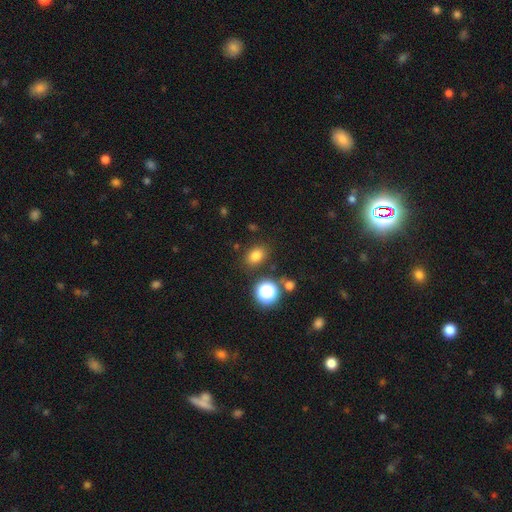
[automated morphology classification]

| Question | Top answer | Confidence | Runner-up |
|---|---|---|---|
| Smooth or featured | smooth | 77% | star or artifact (16%) |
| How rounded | in between | 66% | round (33%) |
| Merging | none | 83% | minor disturbance (10%) |